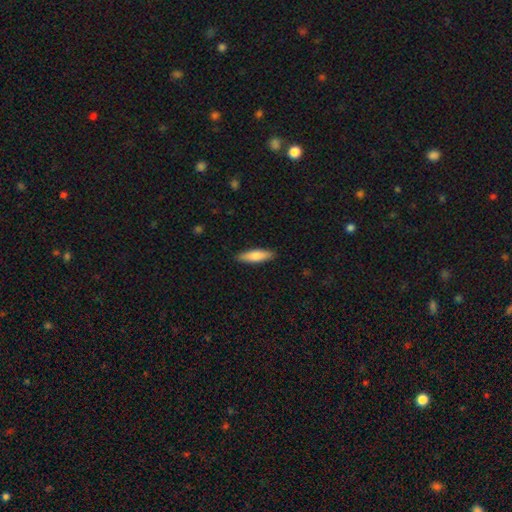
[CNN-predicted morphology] Smooth or featured: smooth — 77% (featured or disk — 18%)
How rounded: cigar-shaped — 63% (in between — 36%)
Merging: none — 90% (minor disturbance — 8%)